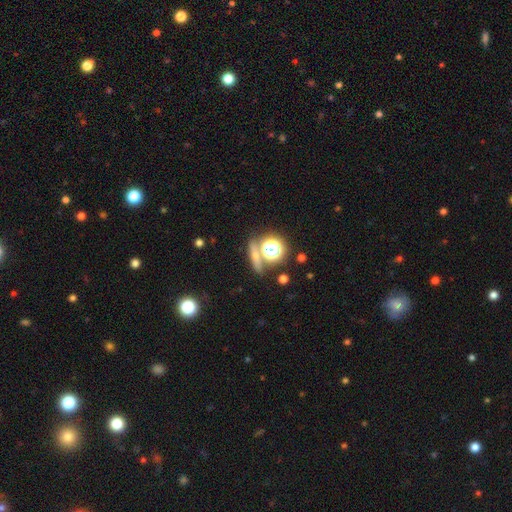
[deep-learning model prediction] A smooth galaxy with no disk features (51%) that is round (44%).

Vote fractions:
- Smooth or featured? smooth: 51% / star or artifact: 27% / featured or disk: 22%
- How rounded? round: 44% / cigar-shaped: 37% / in between: 19%
- Merging? none: 71% / merger: 15% / minor disturbance: 9% / major disturbance: 4%